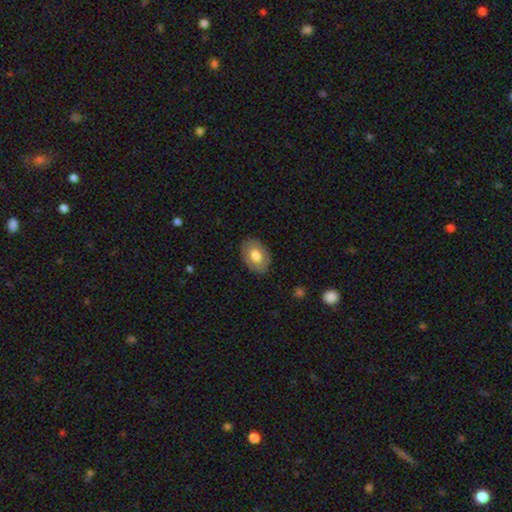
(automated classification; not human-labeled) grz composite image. It shows a smooth galaxy with no disk features (72%) that is in between round and cigar-shaped (84%). Merging: none (85%).